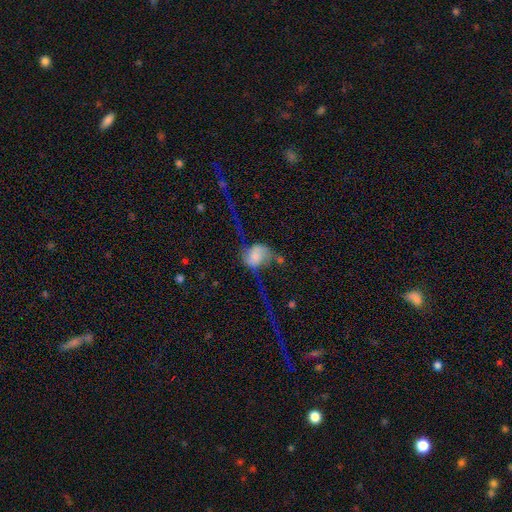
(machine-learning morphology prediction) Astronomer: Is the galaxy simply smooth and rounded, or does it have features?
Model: featured or disk — 56% (runner-up: smooth, 35%).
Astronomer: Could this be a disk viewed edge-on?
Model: no — 95%.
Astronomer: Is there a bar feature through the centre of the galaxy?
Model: no — 66%.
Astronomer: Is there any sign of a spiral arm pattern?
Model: yes — 75%.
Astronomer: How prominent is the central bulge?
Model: none — 28% (runner-up: small, 20%).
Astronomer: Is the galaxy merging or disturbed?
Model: major disturbance — 45% (runner-up: none, 29%).